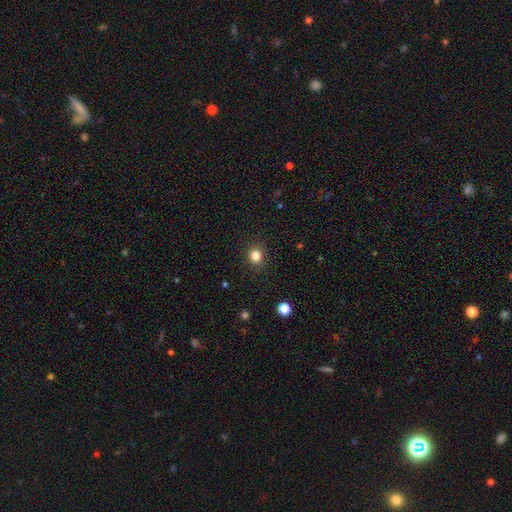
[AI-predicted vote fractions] Smooth or featured: smooth — 82% (star or artifact — 13%)
How rounded: round — 86% (in between — 13%)
Merging: none — 91% (minor disturbance — 6%)